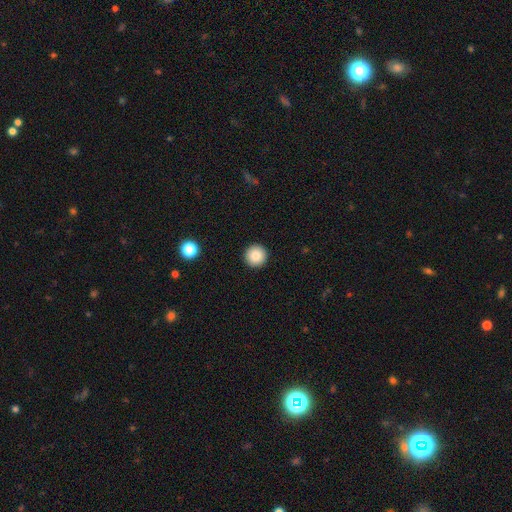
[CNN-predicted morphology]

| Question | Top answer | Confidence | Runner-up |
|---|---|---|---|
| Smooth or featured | smooth | 86% | star or artifact (9%) |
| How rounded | round | 96% | in between (3%) |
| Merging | none | 93% | minor disturbance (4%) |